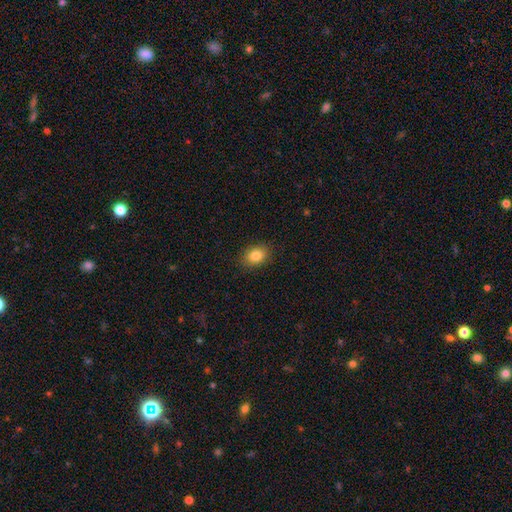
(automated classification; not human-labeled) Smooth or featured? smooth (85%)
How rounded? in between (73%)
Merging? none (88%)